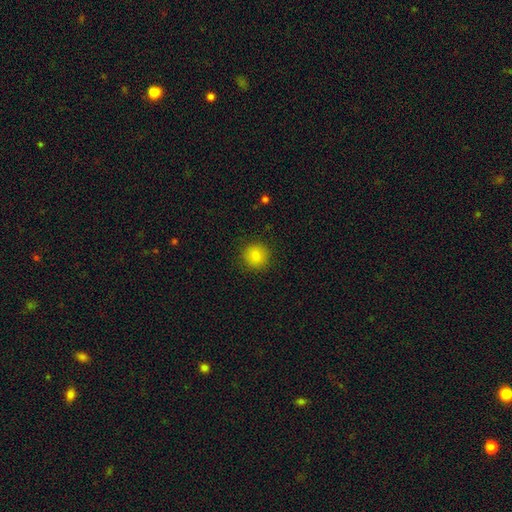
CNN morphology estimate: This appears to be a smooth galaxy with no disk features (82%) that is round (93%). Merging: none (90%).